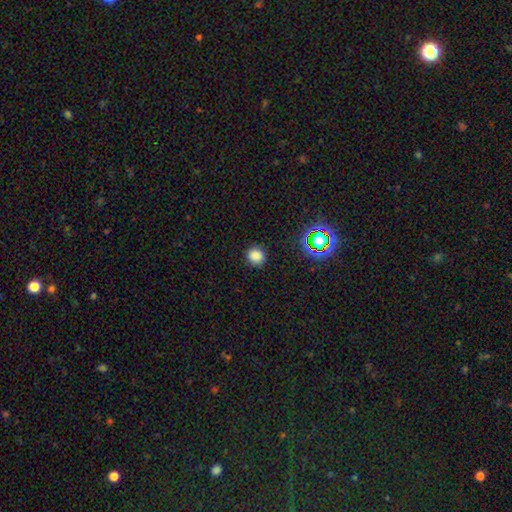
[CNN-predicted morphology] Q: Smooth or featured?
A: smooth (80%); runner-up: star or artifact (16%)
Q: How rounded?
A: round (89%); runner-up: in between (10%)
Q: Merging?
A: none (89%); runner-up: minor disturbance (7%)